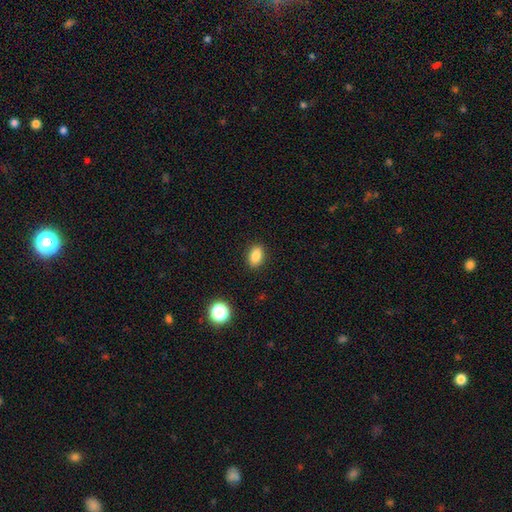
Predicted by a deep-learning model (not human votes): smooth 85%, star or artifact 10%, featured or disk 5%. Down the decision tree: how rounded — in between (83%); merging — none (89%).